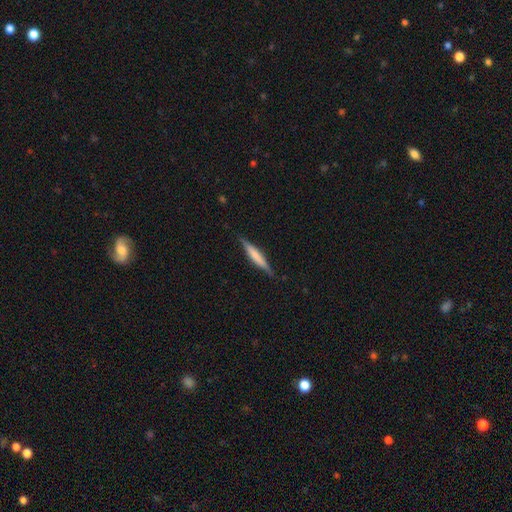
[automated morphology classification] Smooth or featured? smooth (50%)
Merging? none (86%)